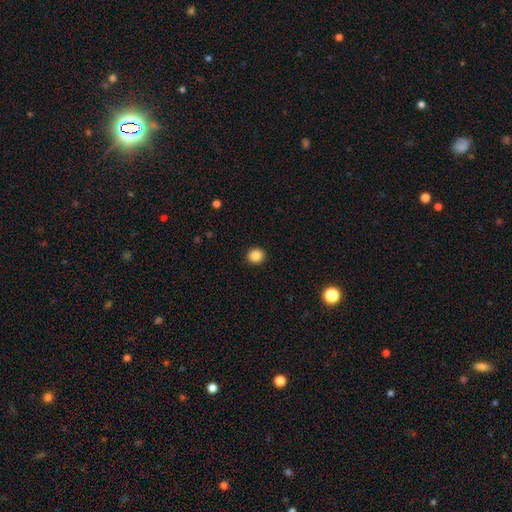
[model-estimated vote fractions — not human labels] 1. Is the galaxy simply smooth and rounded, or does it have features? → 87% smooth, 10% star or artifact, 3% featured or disk.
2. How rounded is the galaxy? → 86% round, 13% in between, 1% cigar-shaped.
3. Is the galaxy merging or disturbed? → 92% none, 5% minor disturbance, 2% major disturbance, 1% merger.